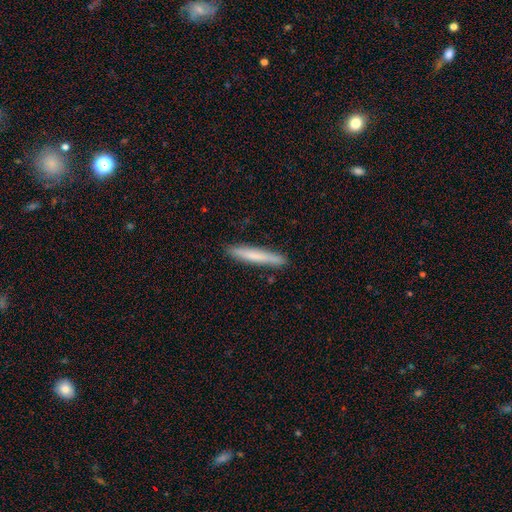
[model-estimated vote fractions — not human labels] Overall: smooth (72%). How rounded: cigar-shaped (95%). Merging: none (89%).